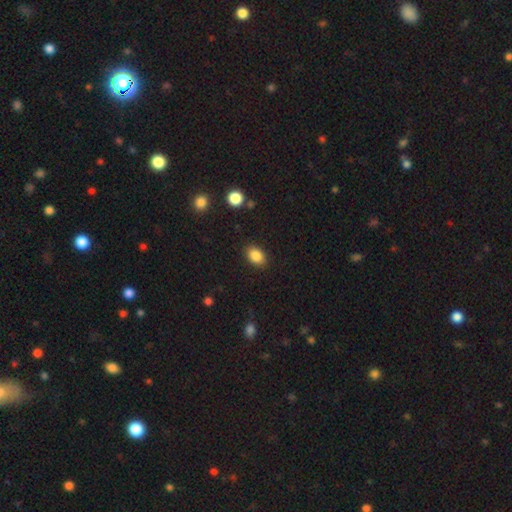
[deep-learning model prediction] This is clearly a smooth galaxy (86%). How rounded: likely in between (80%). Merging: clearly none (88%).